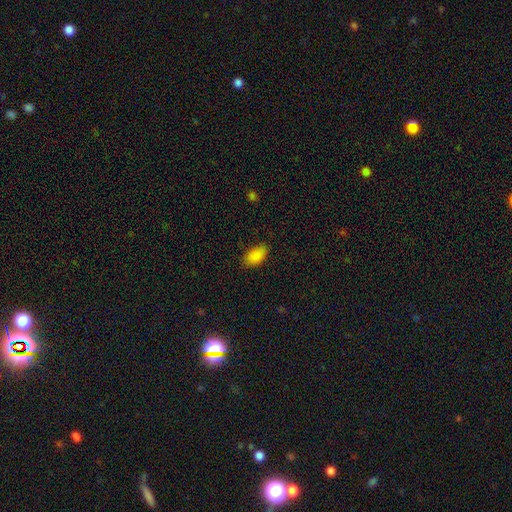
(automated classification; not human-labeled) This appears to be a smooth galaxy with no disk features (88%) that is in between round and cigar-shaped (94%). Merging: none (82%).